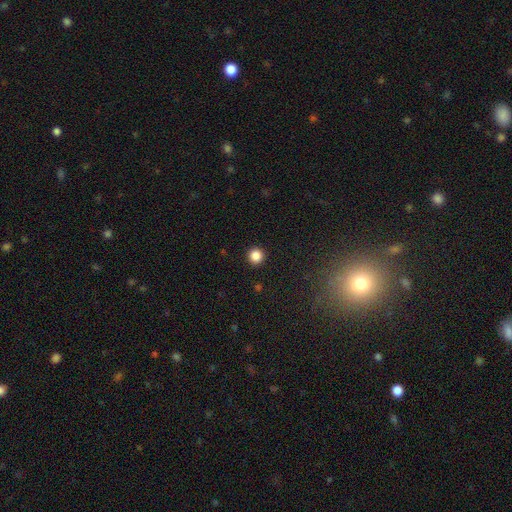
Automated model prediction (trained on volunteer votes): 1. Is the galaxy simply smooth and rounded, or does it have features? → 86% smooth, 11% star or artifact, 3% featured or disk.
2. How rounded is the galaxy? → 96% round, 3% in between, 1% cigar-shaped.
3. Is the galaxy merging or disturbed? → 93% none, 4% minor disturbance, 2% major disturbance, 1% merger.